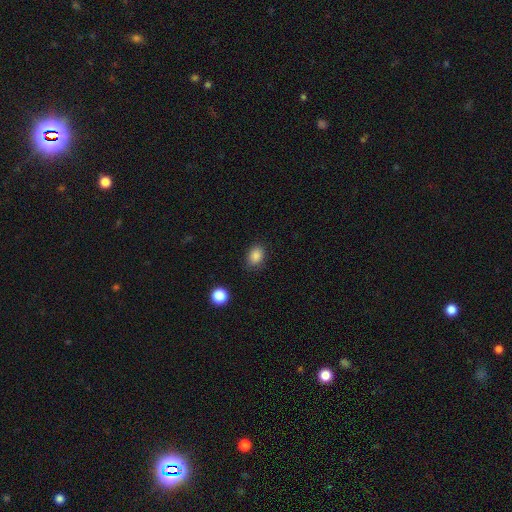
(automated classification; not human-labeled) This is clearly a smooth galaxy (86%). How rounded: likely in between (70%). Merging: clearly none (83%).